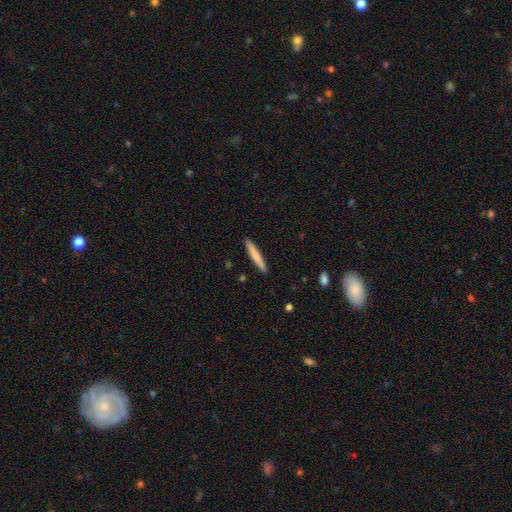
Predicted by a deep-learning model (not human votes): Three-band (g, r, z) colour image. It shows a smooth galaxy with no disk features (75%) that is cigar-shaped (95%). Merging: none (91%).